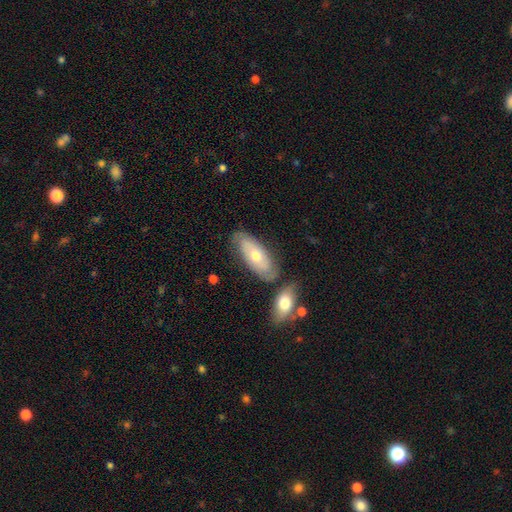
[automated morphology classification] Smooth or featured: featured or disk — 49% (smooth — 44%)
Merging: none — 67% (minor disturbance — 17%)